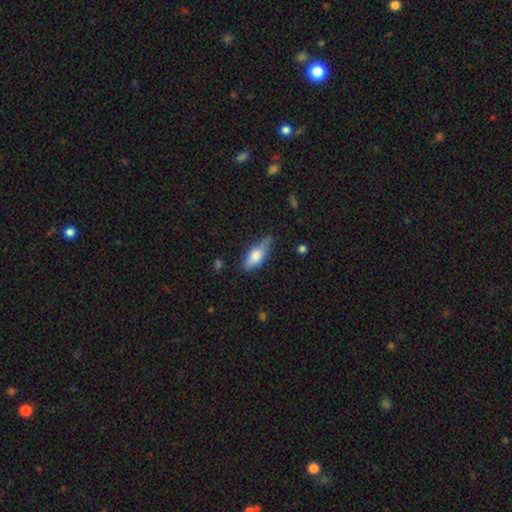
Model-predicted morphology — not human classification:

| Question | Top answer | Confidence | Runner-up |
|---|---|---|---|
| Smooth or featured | smooth | 60% | featured or disk (33%) |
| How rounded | in between | 61% | cigar-shaped (36%) |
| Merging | none | 72% | minor disturbance (21%) |